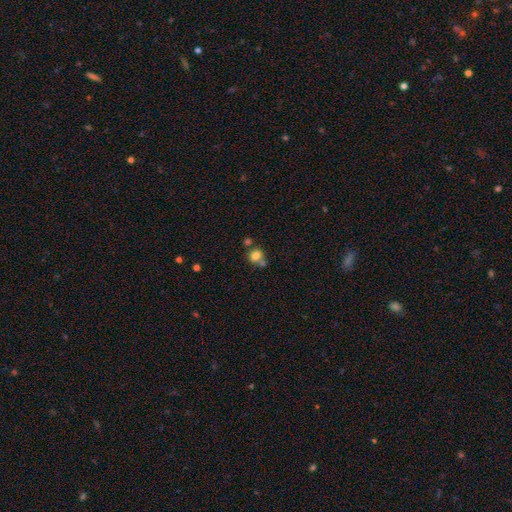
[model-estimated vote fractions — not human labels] A smooth galaxy with no disk features (78%) that is round (80%).

Vote fractions:
- Smooth or featured? smooth: 78% / star or artifact: 12% / featured or disk: 10%
- How rounded? round: 80% / in between: 19% / cigar-shaped: 1%
- Merging? none: 51% / merger: 33% / minor disturbance: 12% / major disturbance: 5%